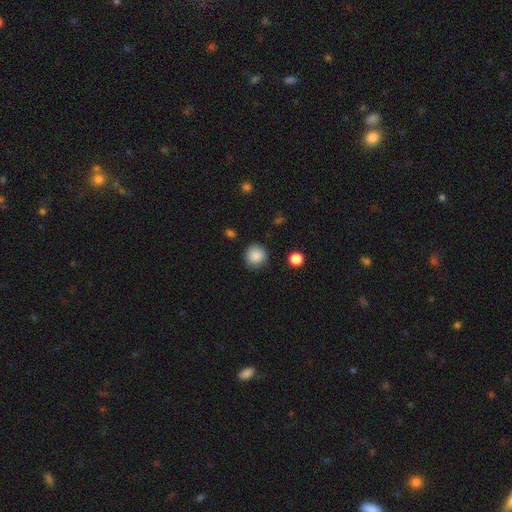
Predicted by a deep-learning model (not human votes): smooth 88%, star or artifact 9%, featured or disk 4%. Down the decision tree: how rounded — round (92%); merging — none (86%).